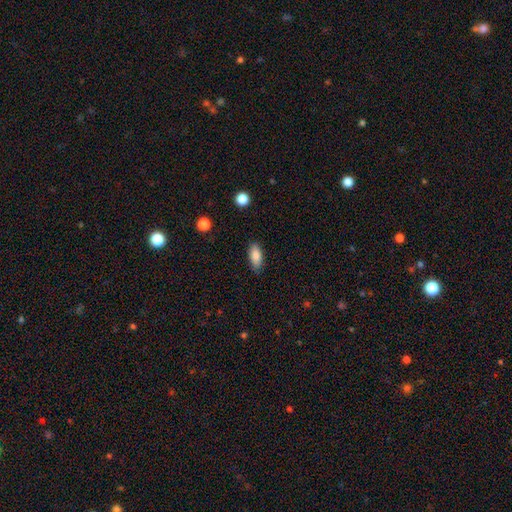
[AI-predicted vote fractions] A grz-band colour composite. It shows a smooth galaxy with no disk features (86%) that is in between round and cigar-shaped (85%). Merging: none (83%).